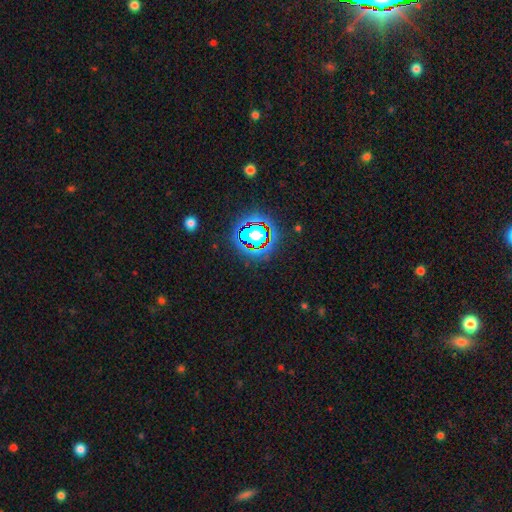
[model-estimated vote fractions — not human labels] The model was most divided on "smooth or featured": star or artifact: 82%, smooth: 11%, featured or disk: 8%.